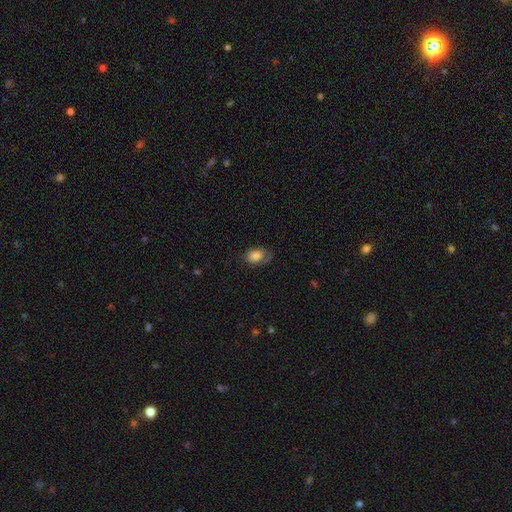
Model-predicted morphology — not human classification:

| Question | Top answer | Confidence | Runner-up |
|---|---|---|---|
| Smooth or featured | smooth | 78% | featured or disk (13%) |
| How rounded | in between | 83% | round (16%) |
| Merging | none | 58% | minor disturbance (26%) |